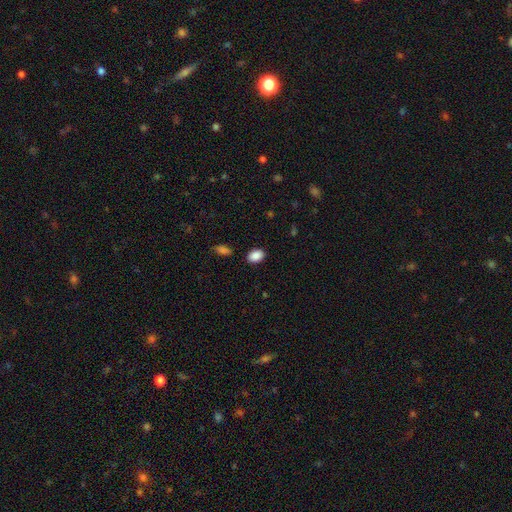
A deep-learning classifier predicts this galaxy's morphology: smooth_or_featured: smooth (p=0.89) [alt: star or artifact p=0.08]
how_rounded: in between (p=0.84) [alt: round p=0.15]
merging: none (p=0.87) [alt: minor disturbance p=0.09]